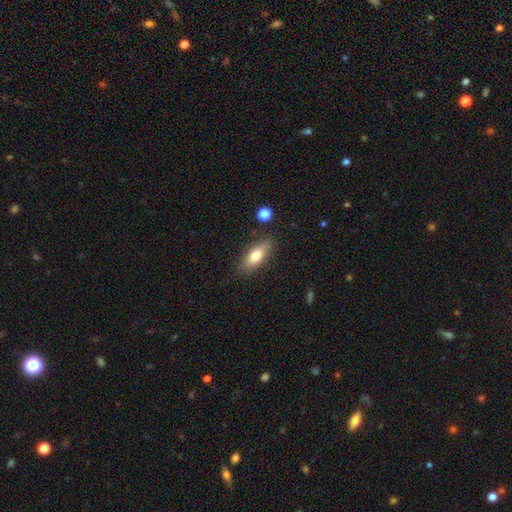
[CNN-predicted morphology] Overall: smooth (72%). How rounded: in between (68%; cigar-shaped 29%). Merging: none (82%).